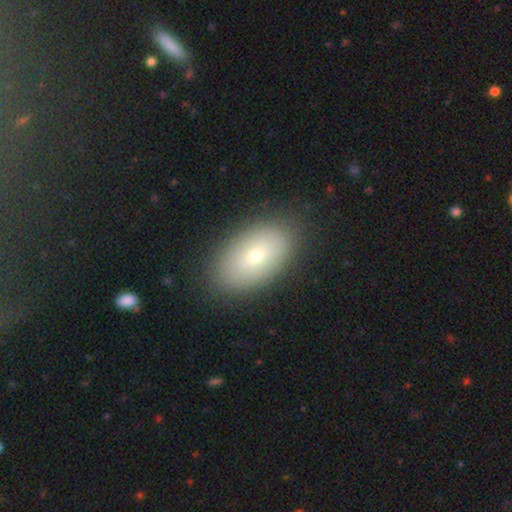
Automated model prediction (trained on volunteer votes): smooth_or_featured: smooth (p=0.69) [alt: featured or disk p=0.22]
how_rounded: in between (p=0.92) [alt: round p=0.06]
merging: none (p=0.87) [alt: minor disturbance p=0.09]